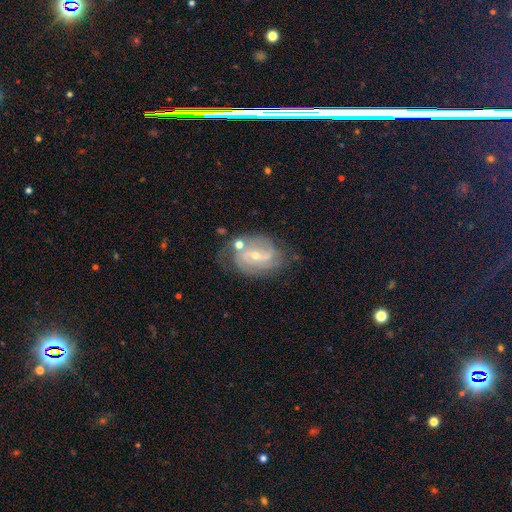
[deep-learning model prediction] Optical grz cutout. It shows a featured or disk galaxy (82%) with a weak bar (46%), 2 (47%) tight (44%) spiral arms (92%) and a small central bulge (63%). Merging: none (62%).